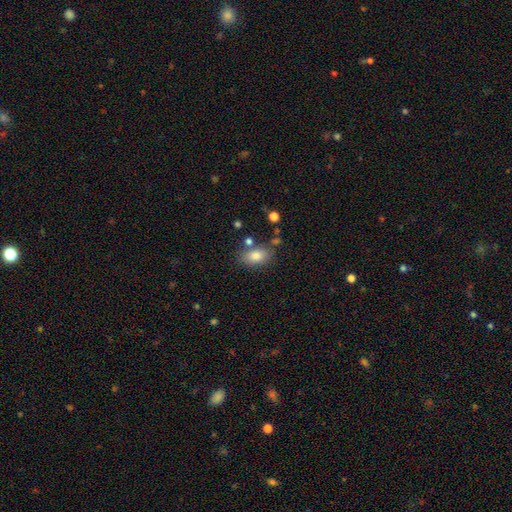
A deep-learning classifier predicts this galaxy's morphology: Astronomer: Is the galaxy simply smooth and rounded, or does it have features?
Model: smooth — 81%.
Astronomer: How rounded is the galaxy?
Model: in between — 88%.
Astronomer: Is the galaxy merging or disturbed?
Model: none — 73%.